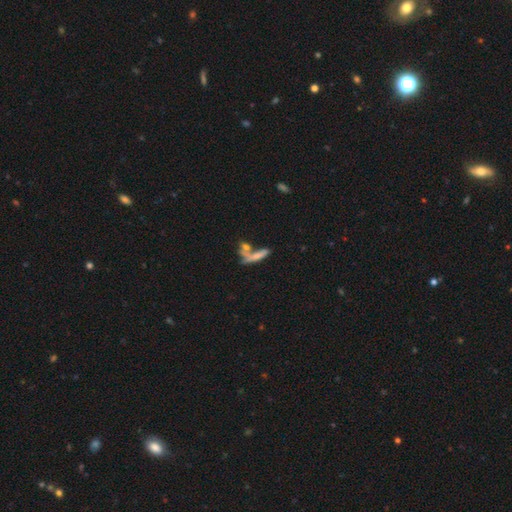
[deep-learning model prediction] Smooth or featured: smooth — 59% (featured or disk — 30%)
How rounded: cigar-shaped — 73% (in between — 23%)
Merging: merger — 43% (none — 37%)